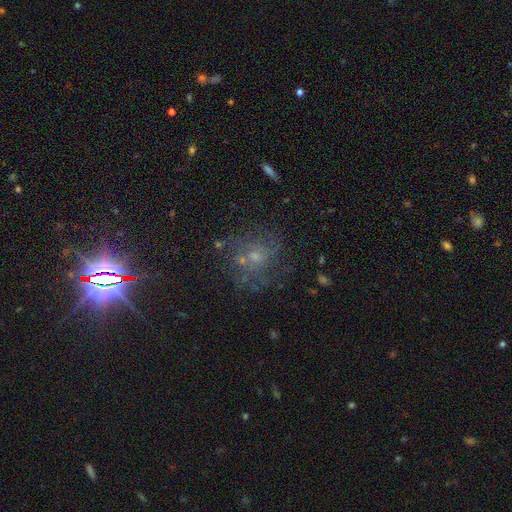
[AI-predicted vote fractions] Morphology: type=featured or disk (51%); edge-on=no (97%); merging=none (61%).